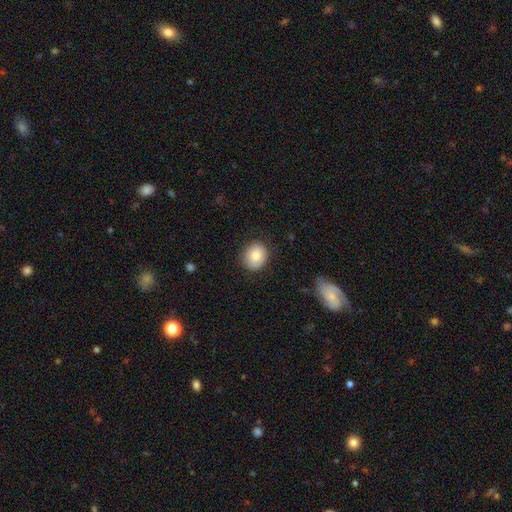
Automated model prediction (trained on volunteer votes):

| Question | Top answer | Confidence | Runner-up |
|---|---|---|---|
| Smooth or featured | smooth | 81% | featured or disk (11%) |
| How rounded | round | 69% | in between (30%) |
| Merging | none | 83% | minor disturbance (13%) |